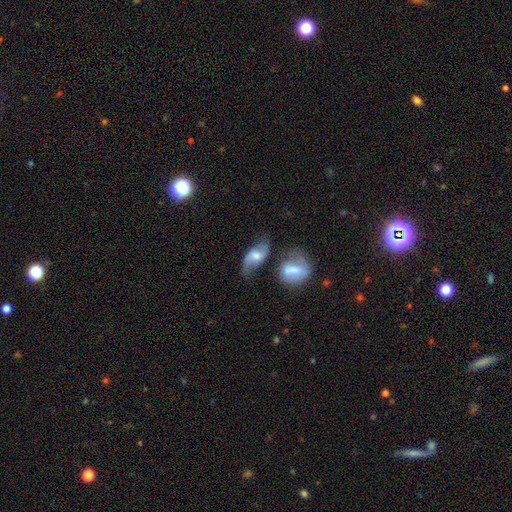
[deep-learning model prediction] Smooth or featured: featured or disk — 57% (smooth — 35%)
Edge-on disk: no — 91% (yes — 9%)
Bar: weak — 42% (tied with no — 42%)
Spiral arms: yes — 83% (no — 17%)
Bulge size: moderate — 54% (small — 26%)
Merging: none — 53% (minor disturbance — 23%)